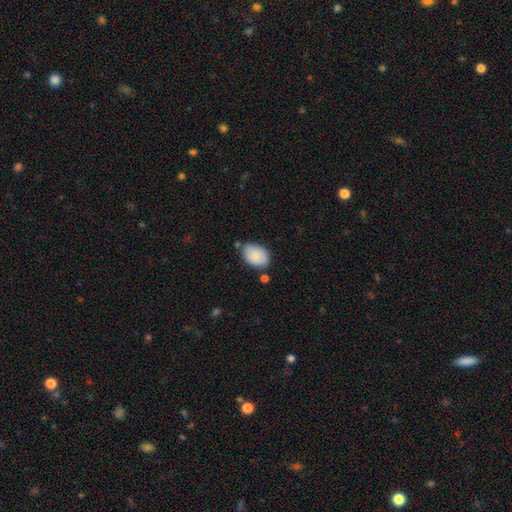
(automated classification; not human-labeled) Overall: smooth (82%). How rounded: in between (87%). Merging: none (71%).